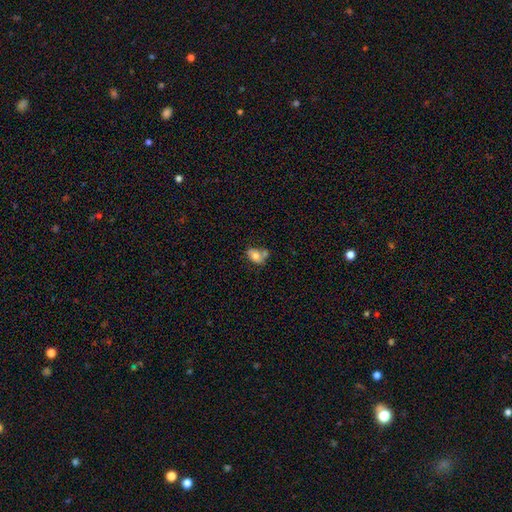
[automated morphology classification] smooth-or-featured: smooth: 68% | featured or disk: 23% | star or artifact: 9%
  how-rounded: in between: 74% | round: 24% | cigar-shaped: 1%
  merging: none: 39% | merger: 31% | minor disturbance: 22% | major disturbance: 8%